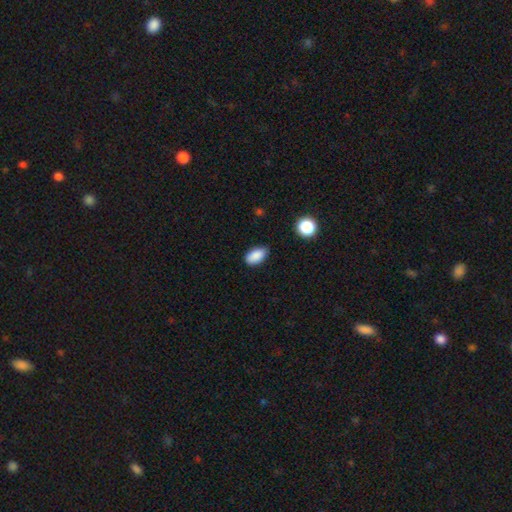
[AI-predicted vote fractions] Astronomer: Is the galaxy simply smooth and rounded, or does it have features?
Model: smooth — 87%.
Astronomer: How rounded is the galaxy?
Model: in between — 92%.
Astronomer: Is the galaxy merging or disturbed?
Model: none — 78%.